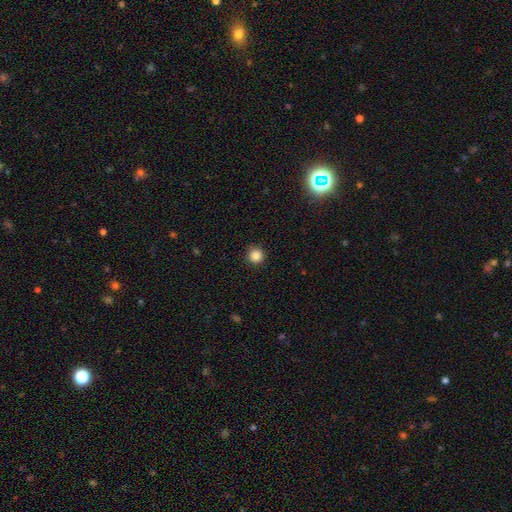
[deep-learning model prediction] Smooth or featured?
  - smooth: 86% *
  - star or artifact: 11%
  - featured or disk: 3%
How rounded?
  - round: 96% *
  - in between: 3%
  - cigar-shaped: 1%
Merging?
  - none: 92% *
  - minor disturbance: 5%
  - major disturbance: 2%
  - merger: 1%